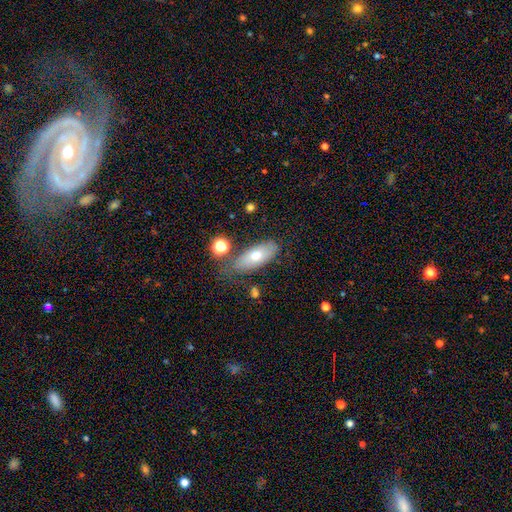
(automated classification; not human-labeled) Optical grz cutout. It shows a smooth galaxy with no disk features (66%) that is in between round and cigar-shaped (79%). Merging: none (68%).